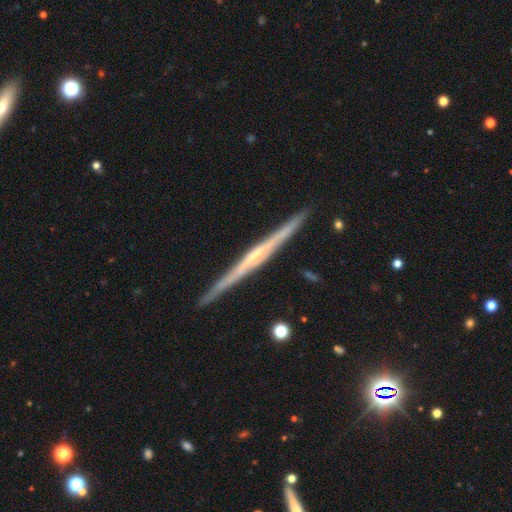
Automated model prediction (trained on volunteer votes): Q: Smooth or featured?
A: featured or disk (82%); runner-up: smooth (13%)
Q: Edge-on disk?
A: yes (98%); runner-up: no (2%)
Q: Edge-on bulge?
A: rounded (48%); runner-up: none (41%)
Q: Merging?
A: none (92%); runner-up: minor disturbance (6%)